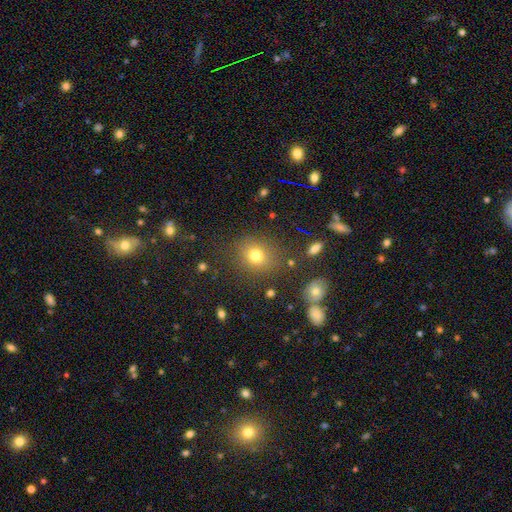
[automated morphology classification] smooth_or_featured: smooth (p=0.74) [alt: star or artifact p=0.17]
how_rounded: round (p=0.71) [alt: in between p=0.28]
merging: none (p=0.81) [alt: minor disturbance p=0.11]